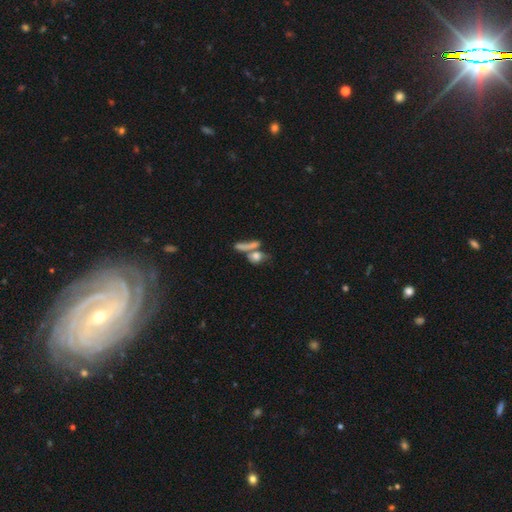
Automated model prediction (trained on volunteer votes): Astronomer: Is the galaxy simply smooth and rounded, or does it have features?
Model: smooth — 67%.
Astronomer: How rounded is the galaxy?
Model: in between — 40% (runner-up: round, 38%).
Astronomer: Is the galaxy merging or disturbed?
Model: merger — 43% (runner-up: none, 36%).